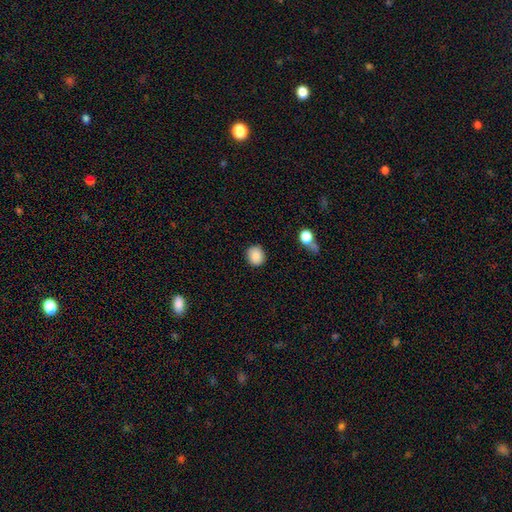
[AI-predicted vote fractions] Smooth or featured? Predicted: smooth (p=0.88). How rounded? Predicted: round (p=0.78). Merging? Predicted: none (p=0.87).